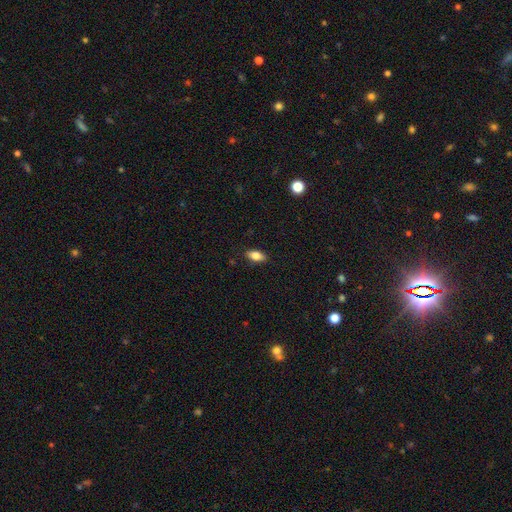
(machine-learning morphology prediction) A smooth galaxy with no disk features (81%) that is in between round and cigar-shaped (87%).

Vote fractions:
- Smooth or featured? smooth: 81% / featured or disk: 12% / star or artifact: 8%
- How rounded? in between: 87% / cigar-shaped: 9% / round: 4%
- Merging? none: 87% / minor disturbance: 10% / major disturbance: 2% / merger: 1%